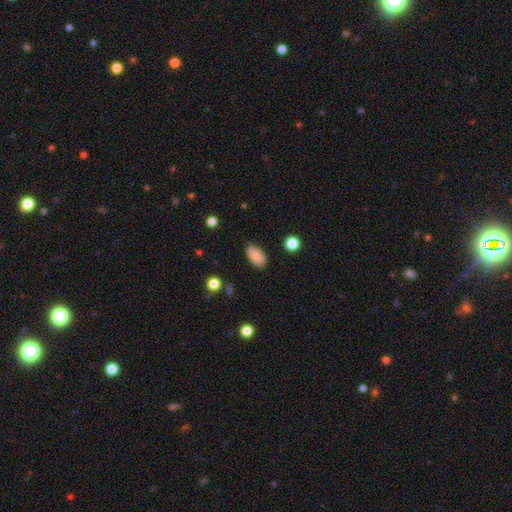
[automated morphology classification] Q: Smooth or featured?
A: smooth (83%); runner-up: featured or disk (9%)
Q: How rounded?
A: in between (93%); runner-up: round (5%)
Q: Merging?
A: none (79%); runner-up: minor disturbance (16%)